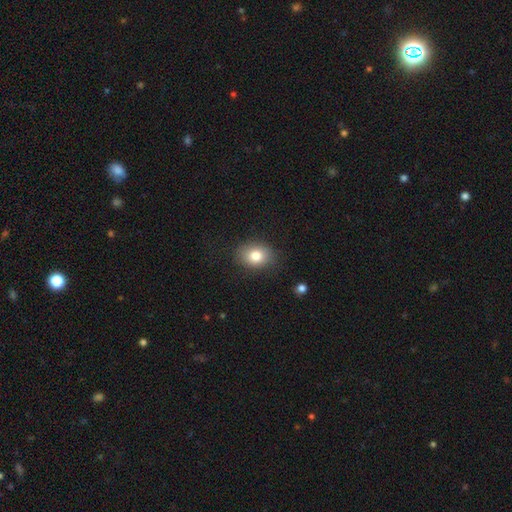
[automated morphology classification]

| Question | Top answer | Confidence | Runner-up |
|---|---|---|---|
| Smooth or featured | smooth | 80% | featured or disk (10%) |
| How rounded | in between | 60% | round (39%) |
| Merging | none | 84% | minor disturbance (12%) |